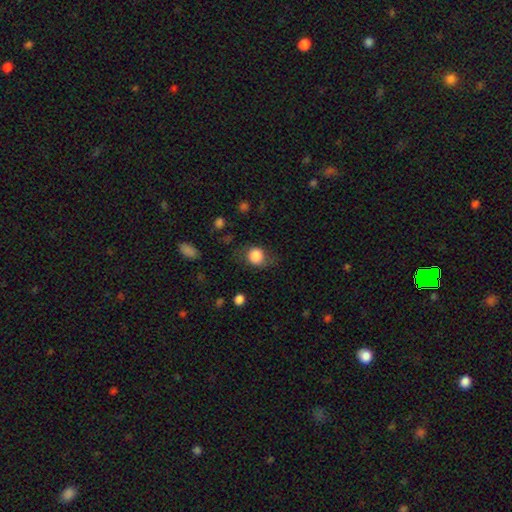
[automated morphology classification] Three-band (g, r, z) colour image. It shows a smooth galaxy with no disk features (85%) that is round (75%). Merging: none (63%).